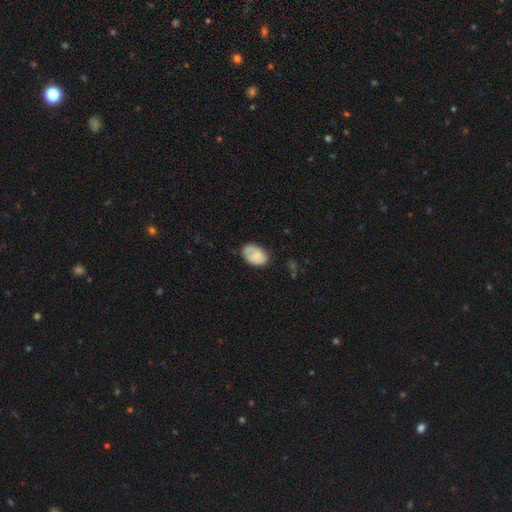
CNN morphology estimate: smooth 77%, featured or disk 16%, star or artifact 7%. Down the decision tree: how rounded — in between (87%); merging — none (68%).